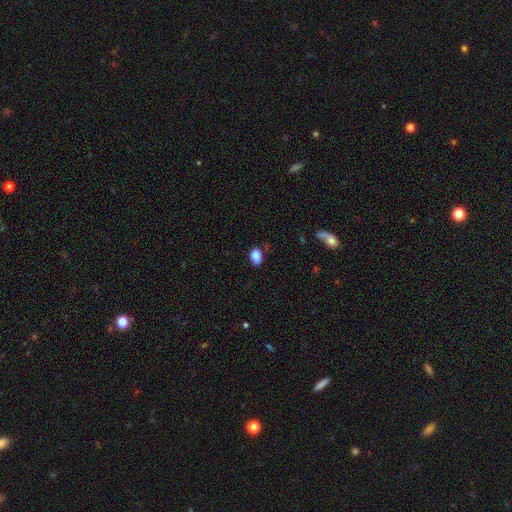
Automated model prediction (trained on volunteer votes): Q: Smooth or featured?
A: smooth (86%); runner-up: star or artifact (9%)
Q: How rounded?
A: in between (77%); runner-up: round (21%)
Q: Merging?
A: none (71%); runner-up: minor disturbance (22%)